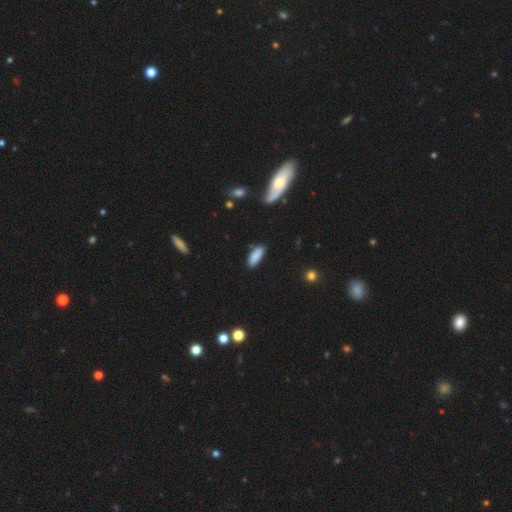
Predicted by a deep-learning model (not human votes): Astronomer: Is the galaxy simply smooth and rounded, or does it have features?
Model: smooth — 86%.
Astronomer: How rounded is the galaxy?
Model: in between — 72%.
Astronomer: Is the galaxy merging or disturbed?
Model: none — 80%.